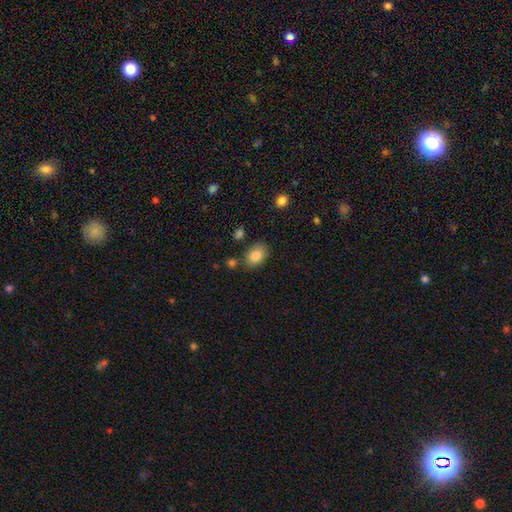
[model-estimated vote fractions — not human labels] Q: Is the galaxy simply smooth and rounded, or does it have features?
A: smooth — 83%.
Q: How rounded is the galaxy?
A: in between — 78%.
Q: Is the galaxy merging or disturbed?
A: none — 77%.